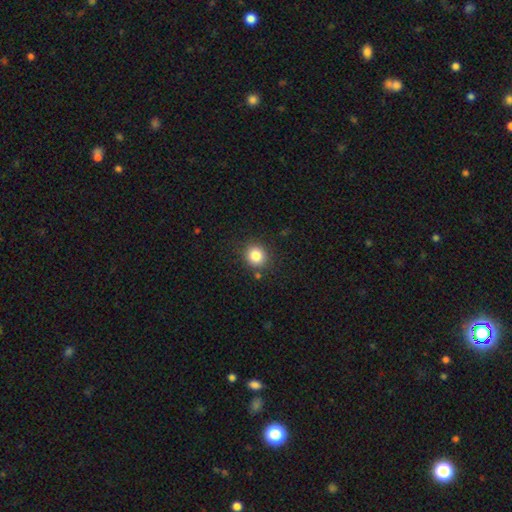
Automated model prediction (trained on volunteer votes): Smooth or featured? smooth (84%)
How rounded? round (85%)
Merging? none (85%)